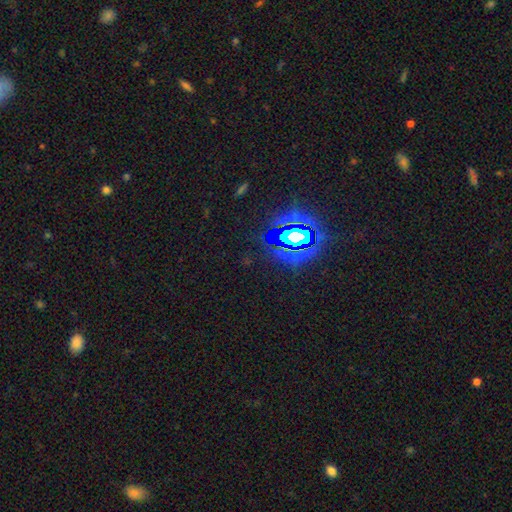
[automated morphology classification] This is likely a star or artifact rather than a galaxy (80%).